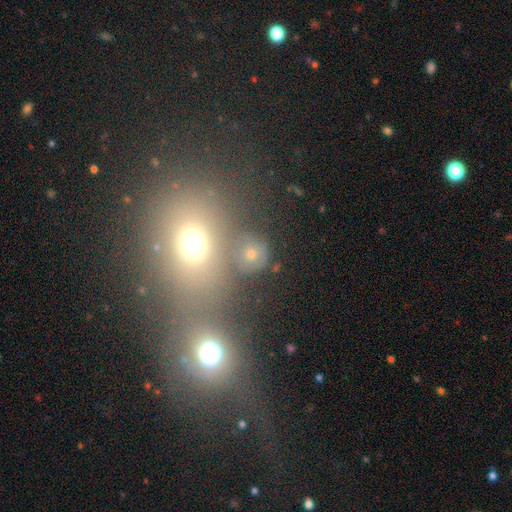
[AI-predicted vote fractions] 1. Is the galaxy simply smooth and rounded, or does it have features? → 57% smooth, 26% star or artifact, 18% featured or disk.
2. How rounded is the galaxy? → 80% round, 18% in between, 2% cigar-shaped.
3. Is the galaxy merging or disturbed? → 63% none, 19% merger, 11% minor disturbance, 7% major disturbance.